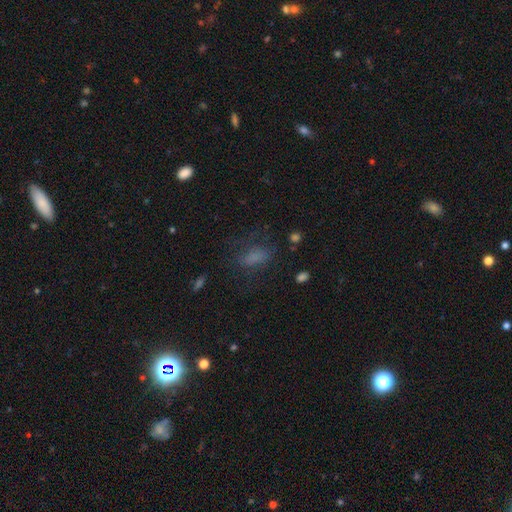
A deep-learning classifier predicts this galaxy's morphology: This appears to be a smooth galaxy with no disk features (64%) that is in between round and cigar-shaped (78%). Merging: none (58%).